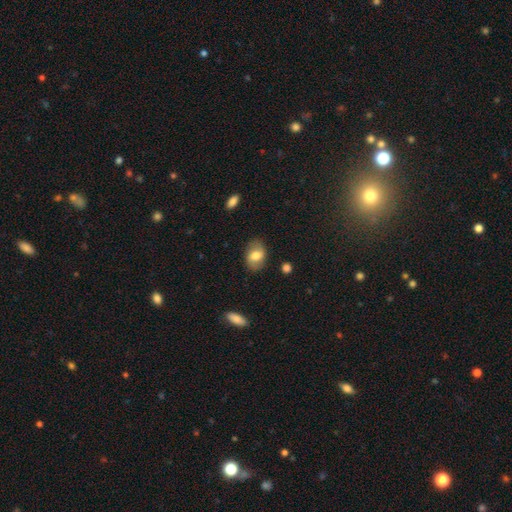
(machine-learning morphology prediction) This appears to be a smooth galaxy with no disk features (71%) that is in between round and cigar-shaped (77%). Merging: none (80%).